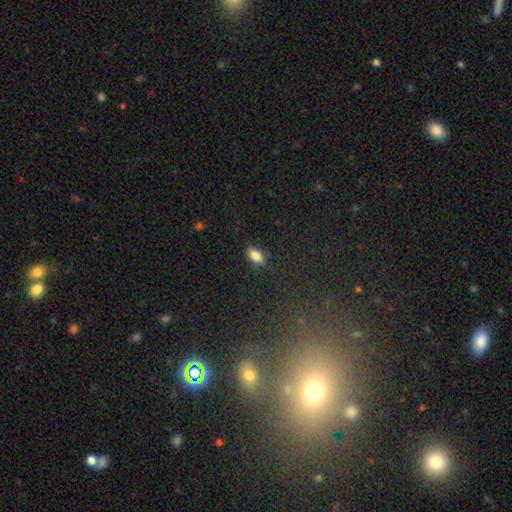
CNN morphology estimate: type=smooth (85%); roundness=in between (91%); merging=none (83%).